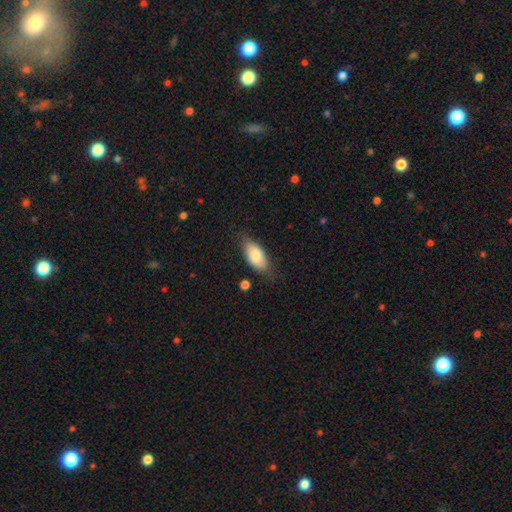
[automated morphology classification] smooth-or-featured: smooth: 79% | featured or disk: 14% | star or artifact: 6%
  how-rounded: in between: 89% | cigar-shaped: 8% | round: 3%
  merging: none: 76% | minor disturbance: 18% | major disturbance: 4% | merger: 2%